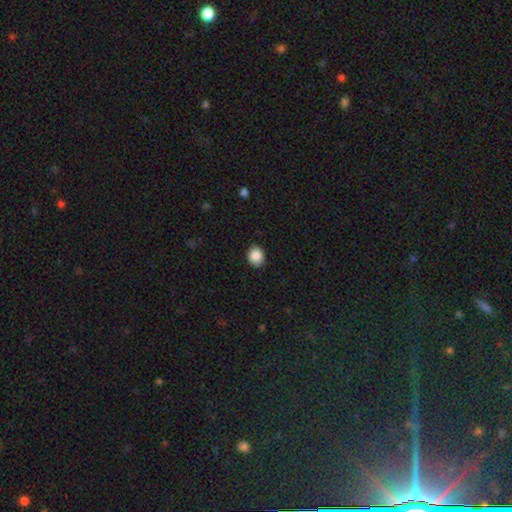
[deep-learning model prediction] Morphology: type=smooth (89%); roundness=round (56%); merging=none (89%).